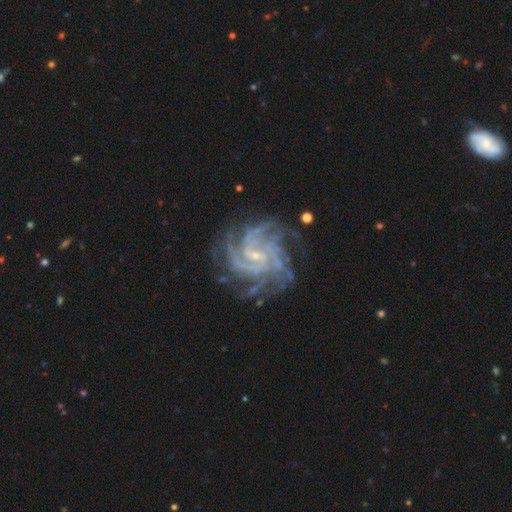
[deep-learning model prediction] Smooth or featured? Predicted: featured or disk (p=0.90). Edge-on disk? Predicted: no (p=0.98). Bar? Predicted: no (p=0.43). Spiral arms? Predicted: yes (p=0.98). Spiral winding? Predicted: tight (p=0.62). Spiral arm count? Predicted: 4 (p=0.33). Bulge size? Predicted: small (p=0.79). Merging? Predicted: none (p=0.73).